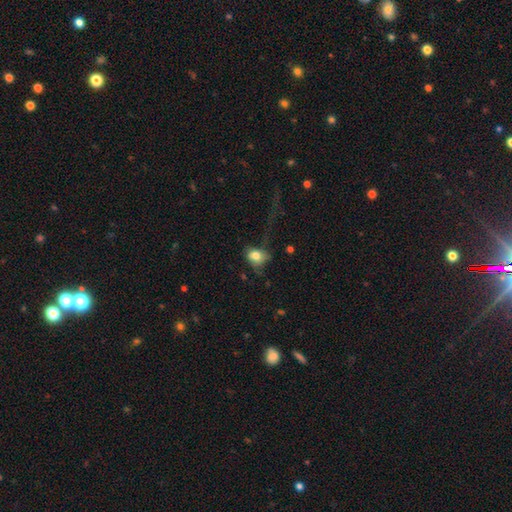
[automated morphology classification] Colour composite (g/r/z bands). It shows a smooth galaxy with no disk features (76%) that is in between round and cigar-shaped (53%). Merging: major disturbance (38%).